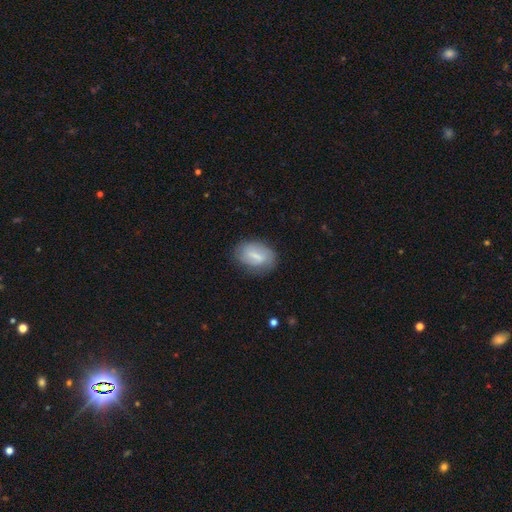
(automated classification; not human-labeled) Smooth or featured? Predicted: smooth (p=0.58). How rounded? Predicted: in between (p=0.87). Merging? Predicted: none (p=0.73).